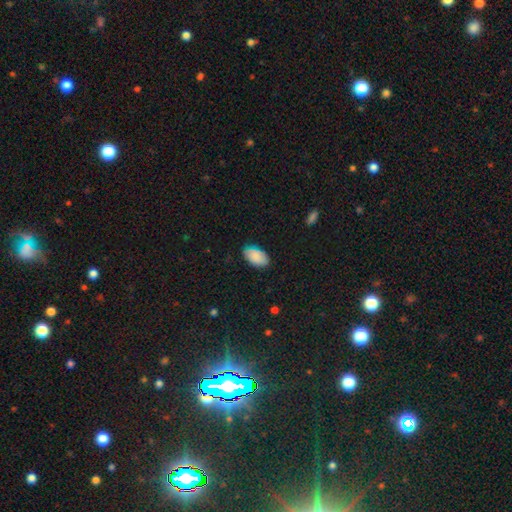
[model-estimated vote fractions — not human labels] A smooth galaxy with no disk features (87%) that is in between round and cigar-shaped (94%). Merging: none (80%).